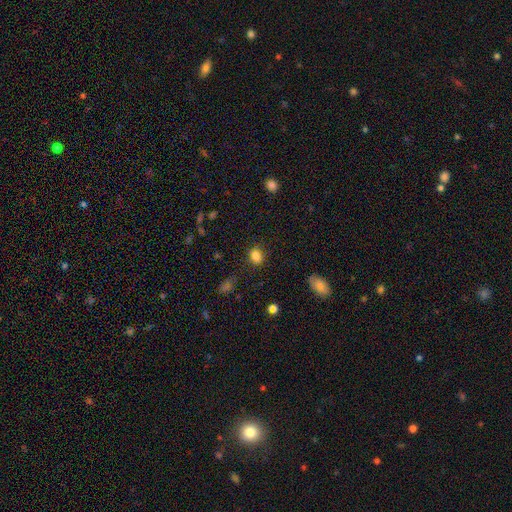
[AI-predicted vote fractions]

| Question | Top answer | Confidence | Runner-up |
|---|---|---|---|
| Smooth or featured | smooth | 83% | star or artifact (11%) |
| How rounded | in between | 52% | round (47%) |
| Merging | none | 81% | minor disturbance (13%) |